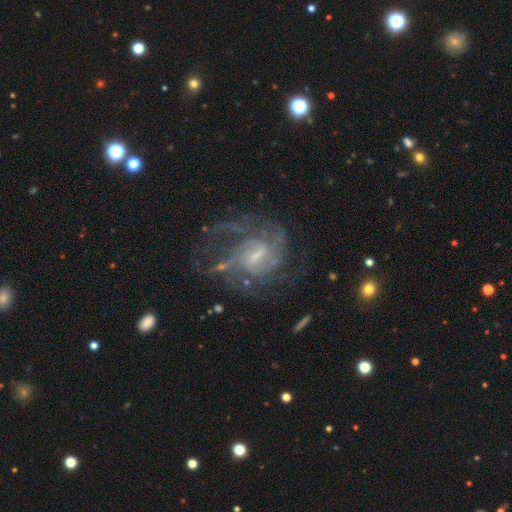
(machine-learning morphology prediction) A featured or disk galaxy (84%) with a weak bar (56%), medium (45%) spiral arms (91%) and a small central bulge (51%). Merging: none (54%).